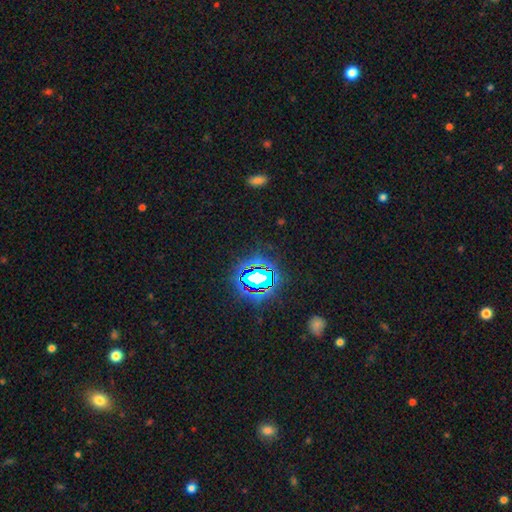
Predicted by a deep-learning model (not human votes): Smooth or featured?
  - star or artifact: 80% *
  - smooth: 13%
  - featured or disk: 7%